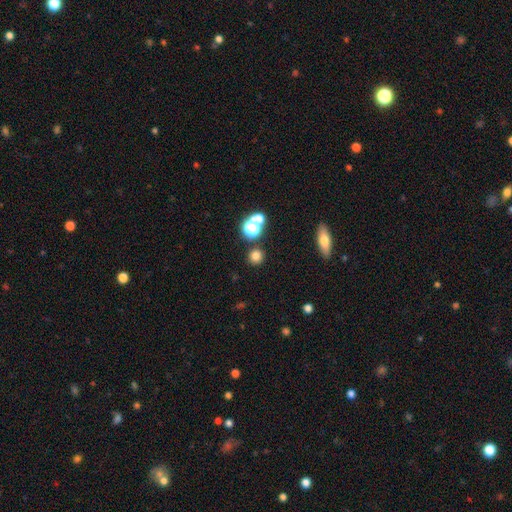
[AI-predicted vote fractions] Q: Smooth or featured?
A: smooth (75%); runner-up: star or artifact (19%)
Q: How rounded?
A: round (92%); runner-up: in between (7%)
Q: Merging?
A: none (85%); runner-up: minor disturbance (6%)